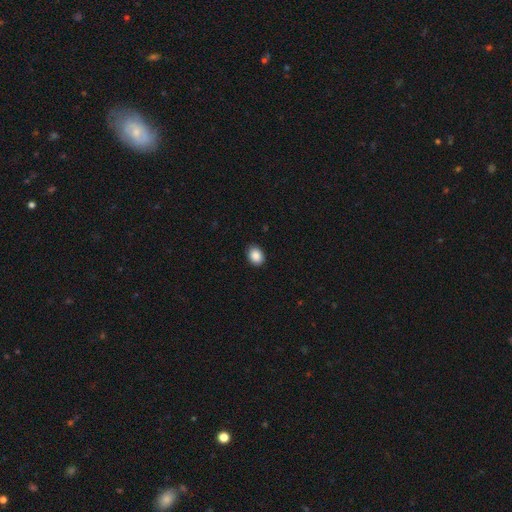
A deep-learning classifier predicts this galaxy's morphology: A smooth galaxy with no disk features (89%) that is in between round and cigar-shaped (60%). Merging: none (89%).